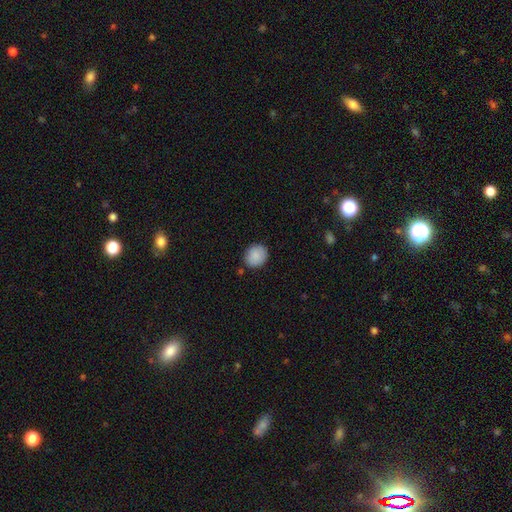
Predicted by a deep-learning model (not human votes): Q: Smooth or featured?
A: smooth (89%); runner-up: star or artifact (7%)
Q: How rounded?
A: round (72%); runner-up: in between (28%)
Q: Merging?
A: none (84%); runner-up: minor disturbance (11%)